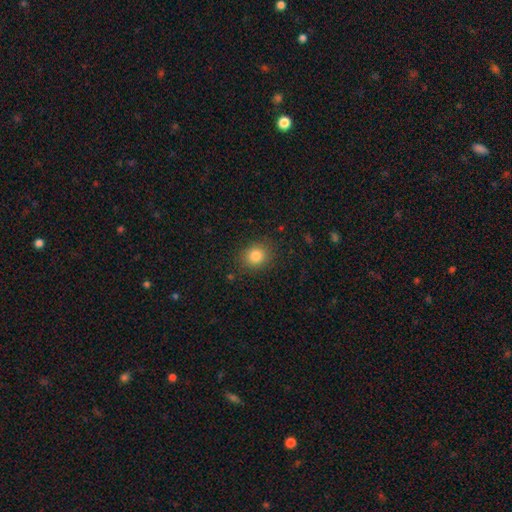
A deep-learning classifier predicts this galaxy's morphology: A smooth galaxy with no disk features (83%) that is round (73%). Merging: none (86%).